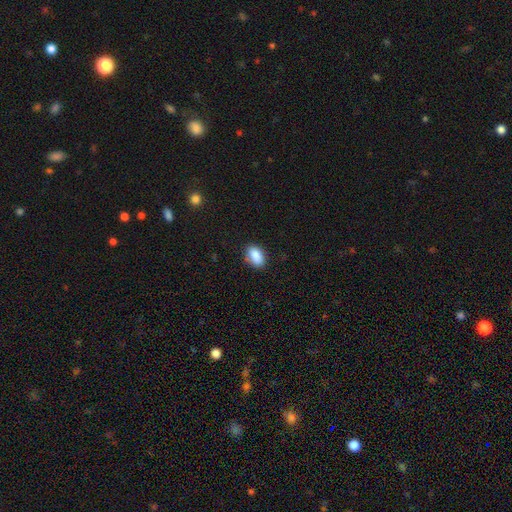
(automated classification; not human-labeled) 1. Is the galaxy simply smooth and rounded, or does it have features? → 88% smooth, 8% star or artifact, 4% featured or disk.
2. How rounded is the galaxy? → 90% in between, 7% round, 3% cigar-shaped.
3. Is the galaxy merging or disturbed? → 83% none, 13% minor disturbance, 3% major disturbance, 2% merger.